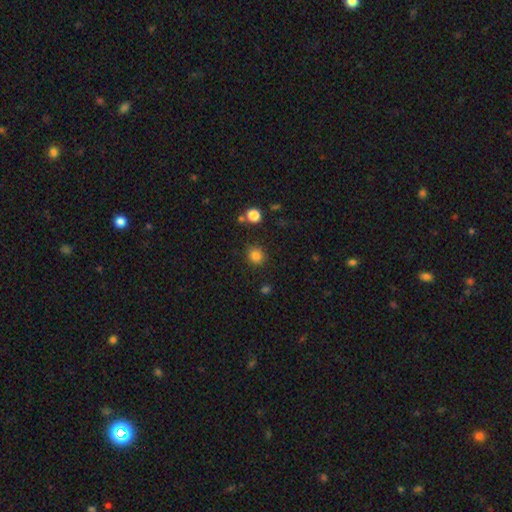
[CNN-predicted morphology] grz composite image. It shows a smooth galaxy with no disk features (84%) that is round (90%). Merging: none (87%).